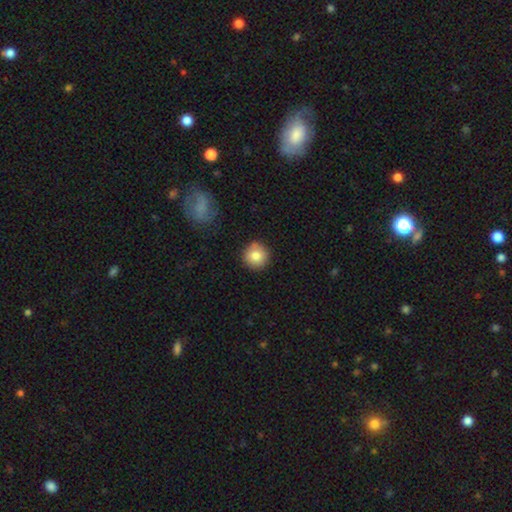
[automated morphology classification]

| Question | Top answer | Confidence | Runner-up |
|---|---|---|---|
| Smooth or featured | smooth | 82% | star or artifact (9%) |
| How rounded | round | 94% | in between (5%) |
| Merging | none | 86% | minor disturbance (10%) |